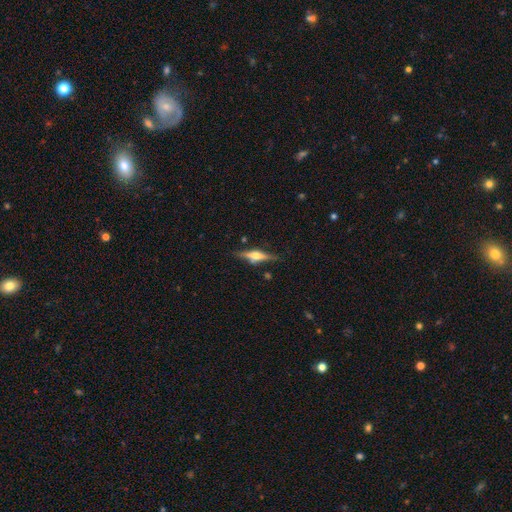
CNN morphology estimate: smooth_or_featured: featured or disk (p=0.70) [alt: smooth p=0.23]
disk_edge_on: yes (p=0.96) [alt: no p=0.04]
edge_on_bulge: rounded (p=0.91) [alt: boxy p=0.06]
merging: none (p=0.84) [alt: minor disturbance p=0.11]